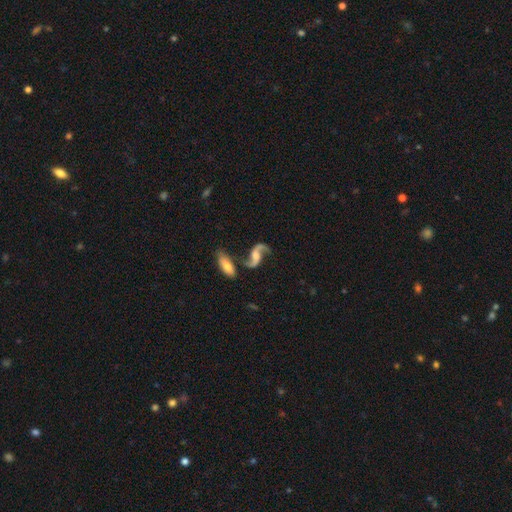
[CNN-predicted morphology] smooth_or_featured: featured or disk (p=0.88) [alt: smooth p=0.07]
disk_edge_on: no (p=0.96) [alt: yes p=0.04]
bar: no (p=0.51) [alt: weak p=0.37]
has_spiral_arms: yes (p=0.96) [alt: no p=0.04]
spiral_winding: loose (p=0.81) [alt: medium p=0.16]
spiral_arm_count: 2 (p=0.93) [alt: 1 p=0.03]
bulge_size: moderate (p=0.34) [alt: small p=0.29]
merging: none (p=0.57) [alt: merger p=0.19]